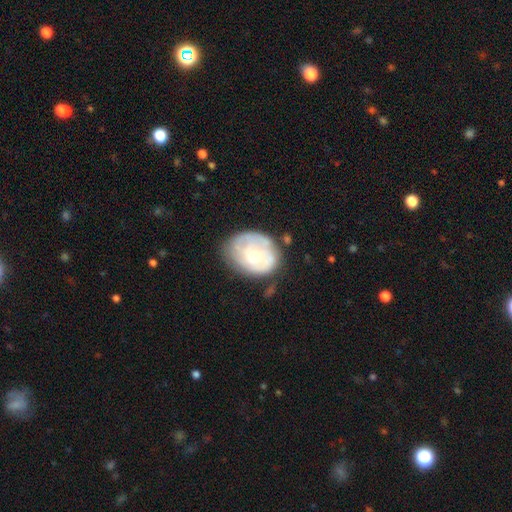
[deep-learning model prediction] Overall: featured or disk (58%; smooth 36%). Edge-on disk: no (97%). Bar: no (82%). Spiral arms: yes (60%; no 40%). Bulge size: small (48%; moderate 45%). Merging: none (57%; minor disturbance 27%).